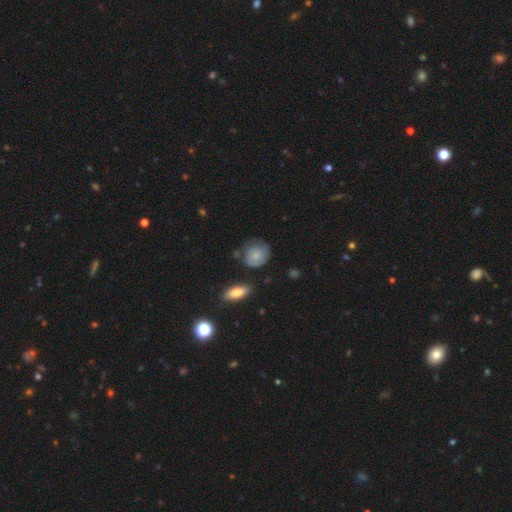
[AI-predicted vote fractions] smooth_or_featured: smooth (p=0.68) [alt: featured or disk p=0.25]
how_rounded: round (p=0.69) [alt: in between p=0.30]
merging: none (p=0.57) [alt: minor disturbance p=0.30]